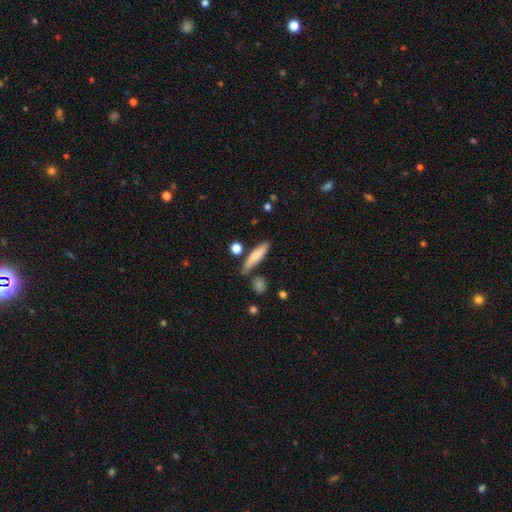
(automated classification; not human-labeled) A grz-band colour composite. It shows a smooth galaxy with no disk features (76%) that is cigar-shaped (73%). Merging: none (73%).